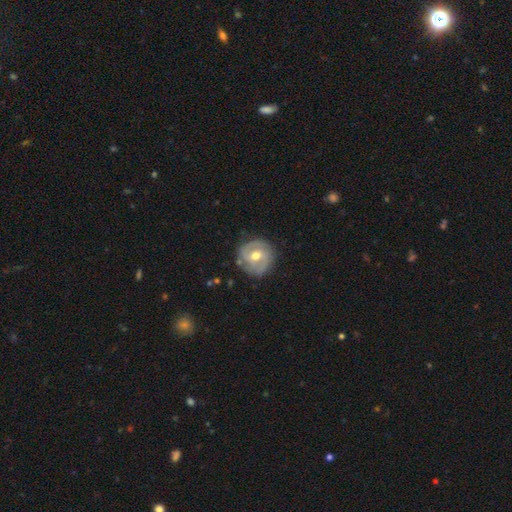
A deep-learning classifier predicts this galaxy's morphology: Smooth or featured? Predicted: featured or disk (p=0.73). Edge-on disk? Predicted: no (p=0.97). Bar? Predicted: weak (p=0.48). Spiral arms? Predicted: yes (p=0.83). Spiral winding? Predicted: tight (p=0.43). Spiral arm count? Predicted: 2 (p=0.71). Bulge size? Predicted: moderate (p=0.76). Merging? Predicted: none (p=0.78).